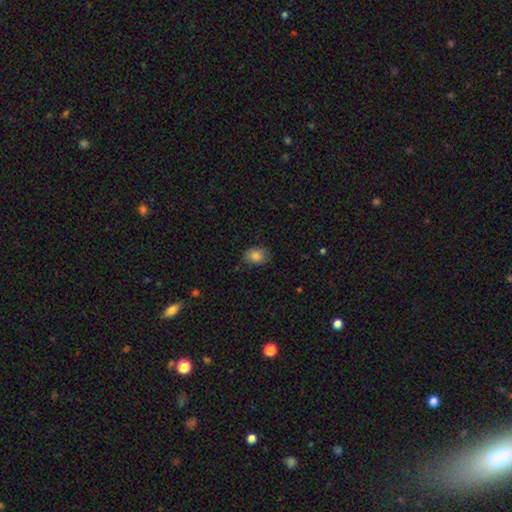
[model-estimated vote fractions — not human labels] Smooth or featured? smooth (85%)
How rounded? in between (60%)
Merging? none (76%)